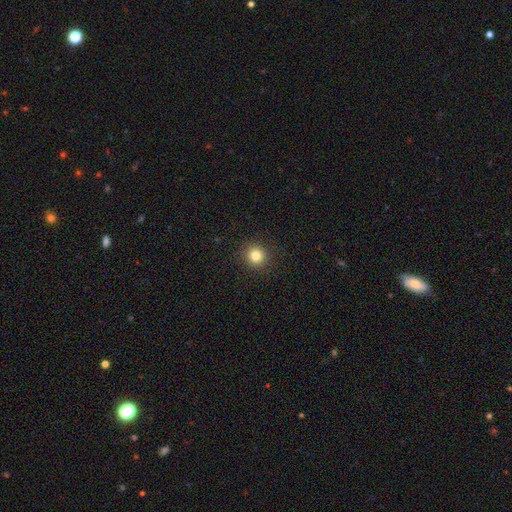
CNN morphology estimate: A smooth galaxy with no disk features (82%) that is round (92%).

Vote fractions:
- Smooth or featured? smooth: 82% / star or artifact: 12% / featured or disk: 6%
- How rounded? round: 92% / in between: 7% / cigar-shaped: 1%
- Merging? none: 91% / minor disturbance: 5% / major disturbance: 2% / merger: 1%